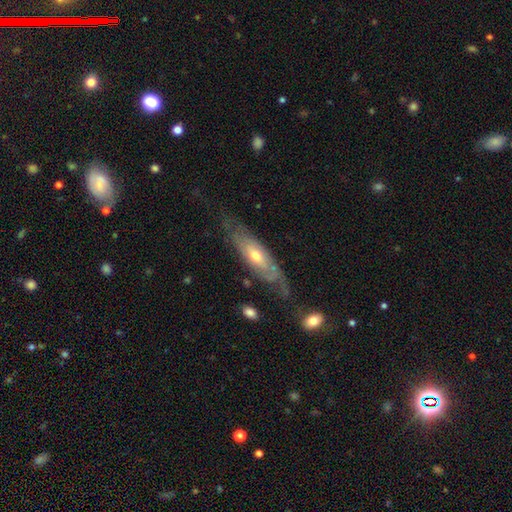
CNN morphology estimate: smooth-or-featured: featured or disk: 67% | smooth: 28% | star or artifact: 5%
  disk-edge-on: no: 69% | yes: 31%
  merging: none: 61% | minor disturbance: 23% | major disturbance: 13% | merger: 3%